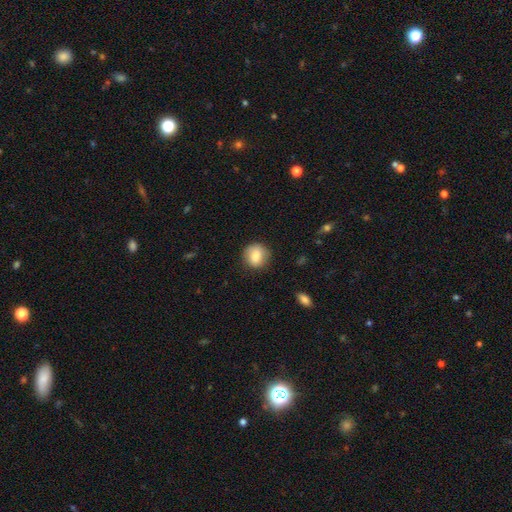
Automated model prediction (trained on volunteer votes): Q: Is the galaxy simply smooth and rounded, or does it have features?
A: smooth — 83%.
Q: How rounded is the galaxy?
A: round — 82%.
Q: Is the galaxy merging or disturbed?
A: none — 82%.